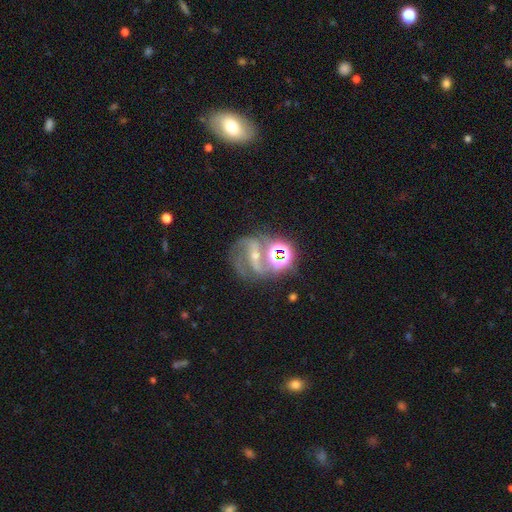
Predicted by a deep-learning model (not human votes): This is likely a featured or disk galaxy (67%). It is clearly not viewed edge-on (96%). Bar: possibly strong (57%). Spiral arm pattern: clearly yes (89%). Spiral arm count: likely 2 (76%). Spiral winding: possibly medium (52%). Central bulge: possibly small (50%). Merging: possibly none (54%).